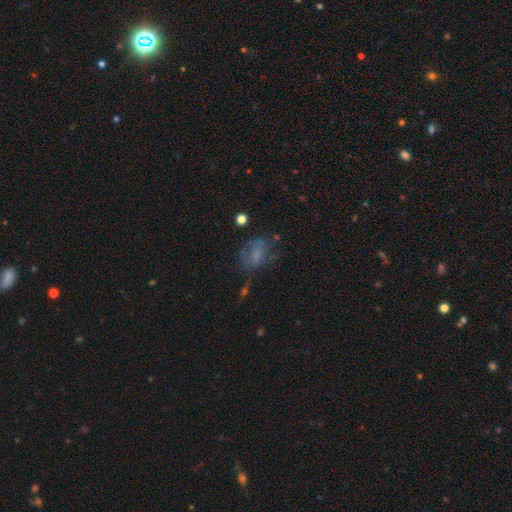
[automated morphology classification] smooth_or_featured: smooth (p=0.52) [alt: featured or disk p=0.31]
how_rounded: in between (p=0.75) [alt: round p=0.22]
merging: none (p=0.43) [alt: major disturbance p=0.27]